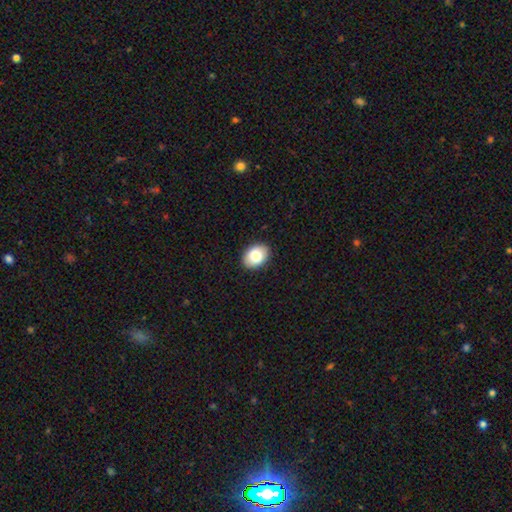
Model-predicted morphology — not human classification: Smooth or featured? Predicted: smooth (p=0.81). How rounded? Predicted: in between (p=0.77). Merging? Predicted: none (p=0.90).